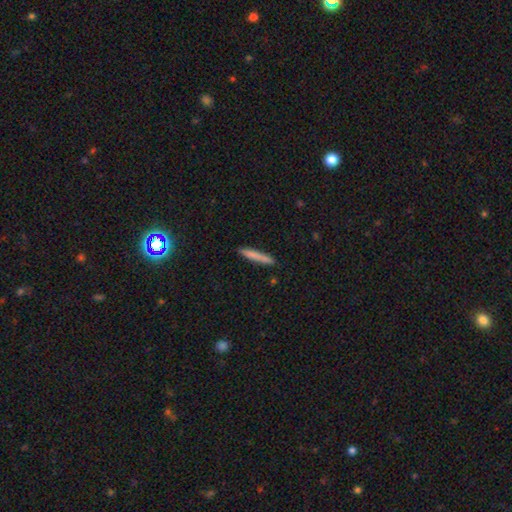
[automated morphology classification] This is likely a smooth galaxy (78%). How rounded: clearly cigar-shaped (95%). Merging: clearly none (89%).